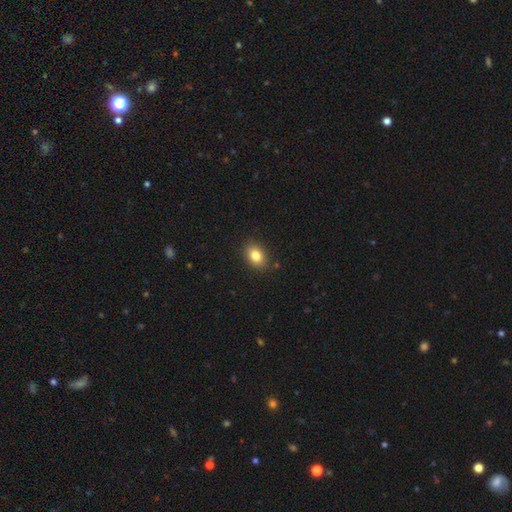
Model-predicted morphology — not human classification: Smooth or featured? smooth (83%)
How rounded? in between (74%)
Merging? none (88%)